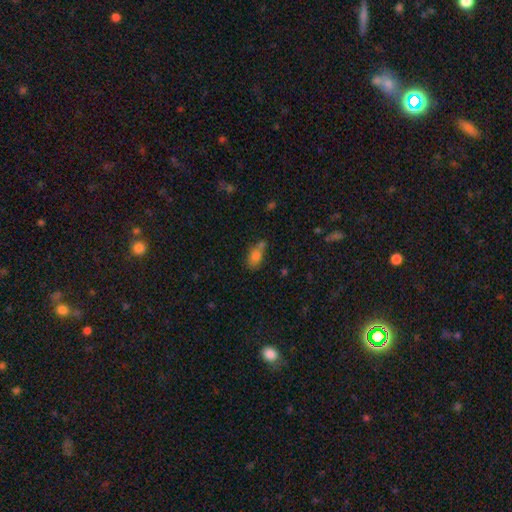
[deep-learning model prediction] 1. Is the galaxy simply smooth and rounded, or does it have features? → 77% smooth, 12% star or artifact, 10% featured or disk.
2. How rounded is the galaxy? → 84% in between, 12% round, 5% cigar-shaped.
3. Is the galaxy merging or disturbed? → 49% none, 28% merger, 17% minor disturbance, 6% major disturbance.